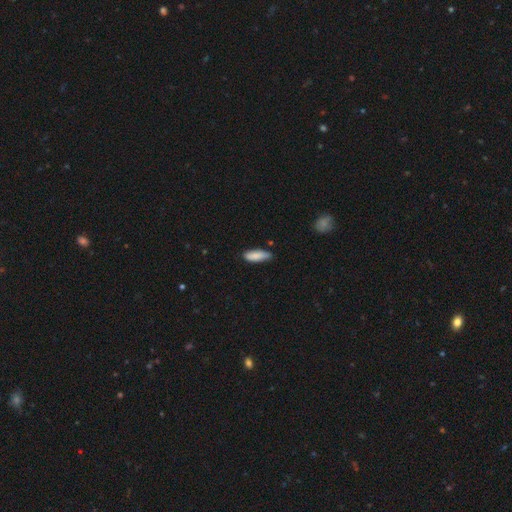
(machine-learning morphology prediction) type=smooth (86%); roundness=in between (55%); merging=none (73%).